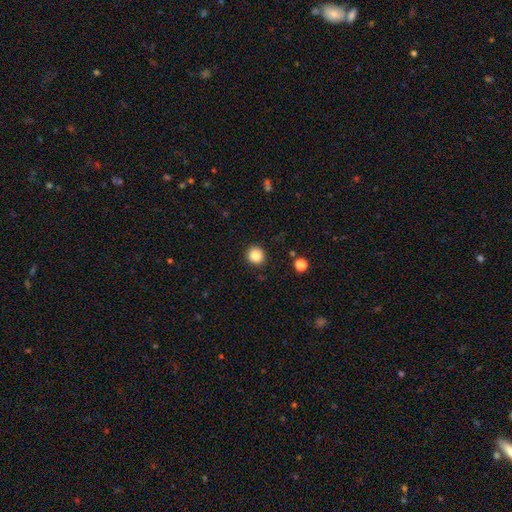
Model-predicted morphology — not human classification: Smooth or featured?
  - smooth: 85% *
  - star or artifact: 10%
  - featured or disk: 4%
How rounded?
  - round: 91% *
  - in between: 8%
  - cigar-shaped: 1%
Merging?
  - none: 91% *
  - minor disturbance: 6%
  - major disturbance: 2%
  - merger: 1%